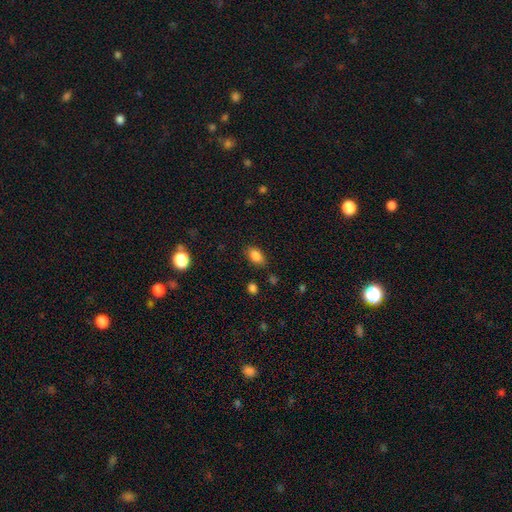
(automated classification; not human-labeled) A smooth galaxy with no disk features (84%) that is in between round and cigar-shaped (86%).

Vote fractions:
- Smooth or featured? smooth: 84% / star or artifact: 10% / featured or disk: 6%
- How rounded? in between: 86% / round: 12% / cigar-shaped: 2%
- Merging? none: 84% / minor disturbance: 11% / major disturbance: 3% / merger: 2%